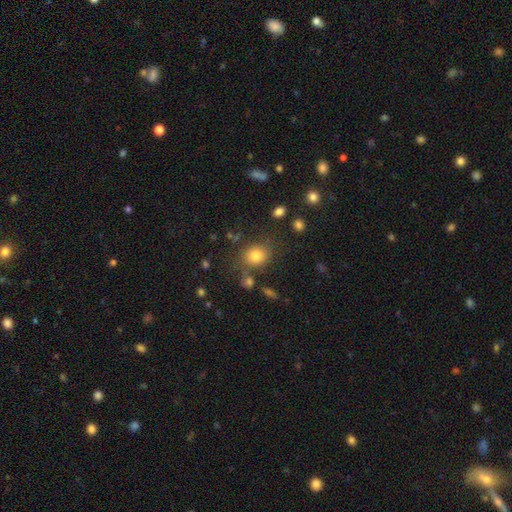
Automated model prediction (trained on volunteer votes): smooth 79%, star or artifact 12%, featured or disk 8%. Down the decision tree: how rounded — round (68%); merging — none (73%).